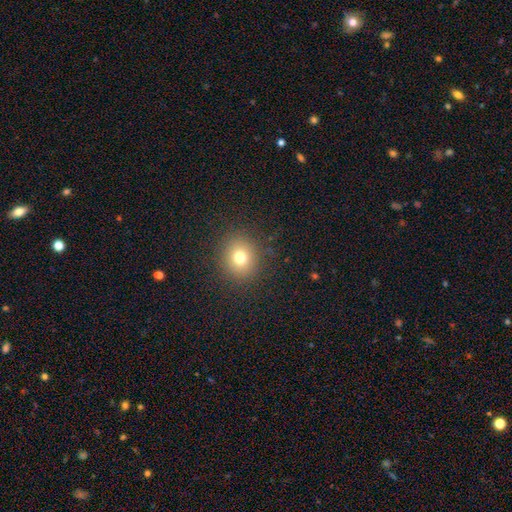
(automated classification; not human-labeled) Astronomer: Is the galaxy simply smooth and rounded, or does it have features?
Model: smooth — 69%.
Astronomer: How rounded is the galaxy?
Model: round — 86%.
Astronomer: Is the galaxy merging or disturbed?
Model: none — 93%.